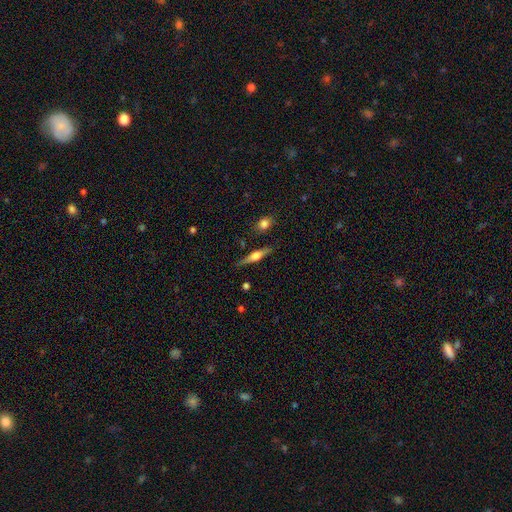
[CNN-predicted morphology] featured or disk 64%, smooth 30%, star or artifact 6%. Down the decision tree: edge-on disk — yes (96%); edge-on bulge — rounded (90%); merging — none (85%).